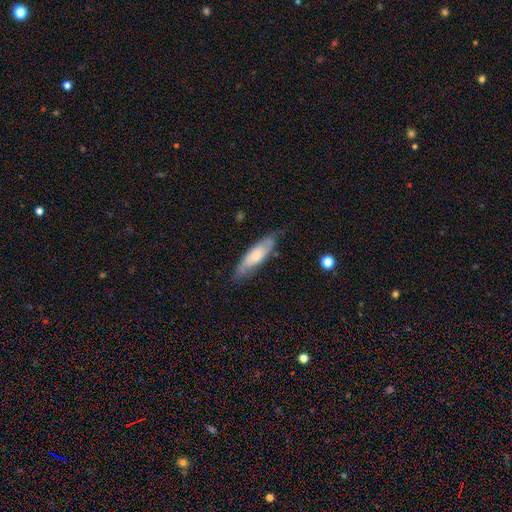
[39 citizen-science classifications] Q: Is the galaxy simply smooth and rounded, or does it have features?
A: smooth — 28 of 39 (72%).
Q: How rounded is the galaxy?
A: cigar-shaped — 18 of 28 (64%).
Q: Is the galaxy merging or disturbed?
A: none — 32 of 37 (86%).